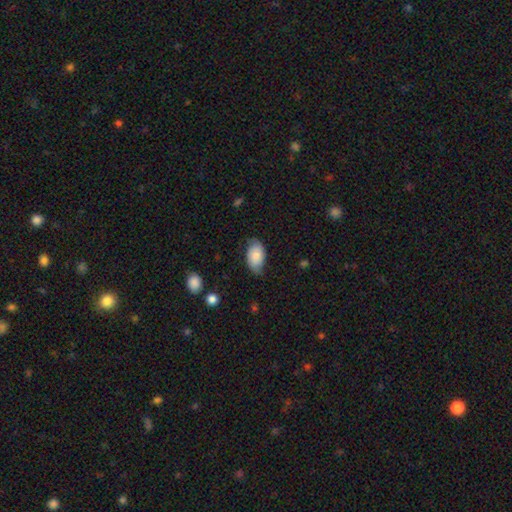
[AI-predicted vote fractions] Smooth or featured? Predicted: smooth (p=0.76). How rounded? Predicted: in between (p=0.93). Merging? Predicted: none (p=0.63).